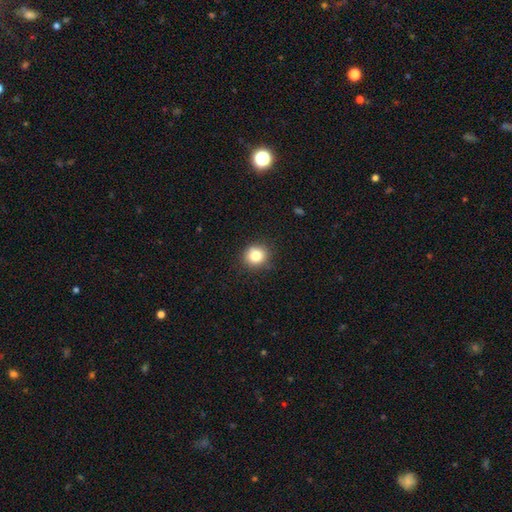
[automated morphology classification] This appears to be a smooth galaxy with no disk features (82%) that is round (87%). Merging: none (89%).